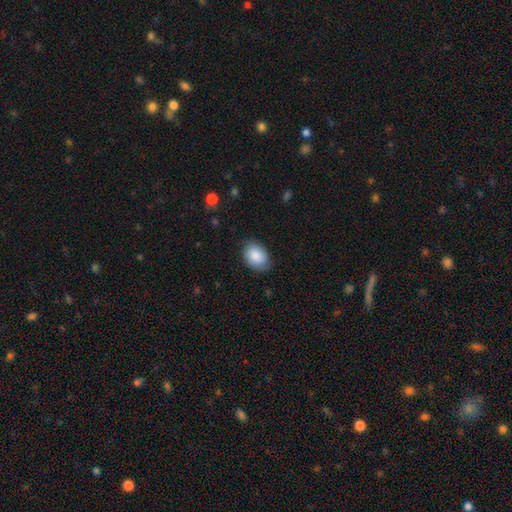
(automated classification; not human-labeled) Overall: smooth (86%). How rounded: in between (77%). Merging: none (80%).